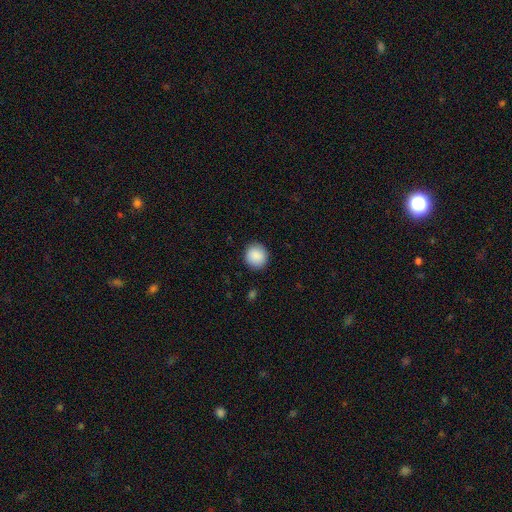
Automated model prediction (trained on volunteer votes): Smooth or featured?
  - smooth: 90% *
  - star or artifact: 7%
  - featured or disk: 3%
How rounded?
  - round: 90% *
  - in between: 9%
  - cigar-shaped: 1%
Merging?
  - none: 91% *
  - minor disturbance: 6%
  - major disturbance: 2%
  - merger: 1%